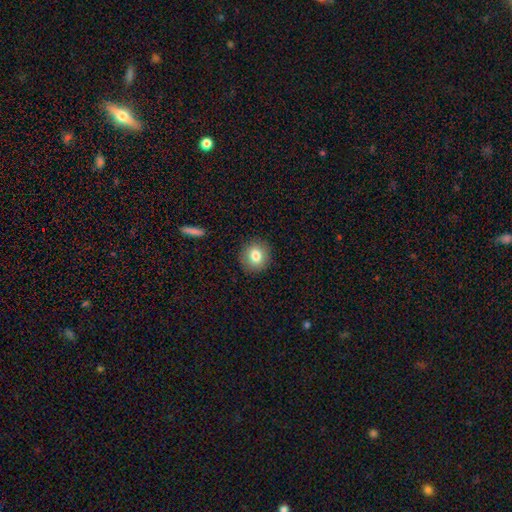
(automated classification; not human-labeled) Morphology: type=smooth (80%); roundness=round (86%); merging=none (90%).